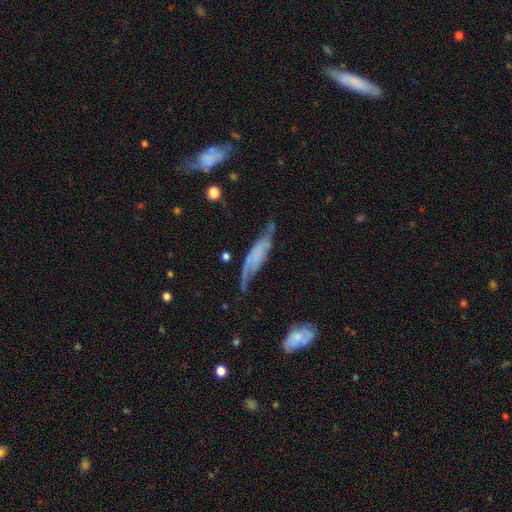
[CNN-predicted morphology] Smooth or featured: featured or disk — 62% (smooth — 30%)
Edge-on disk: no — 63% (yes — 37%)
Merging: none — 47% (minor disturbance — 30%)